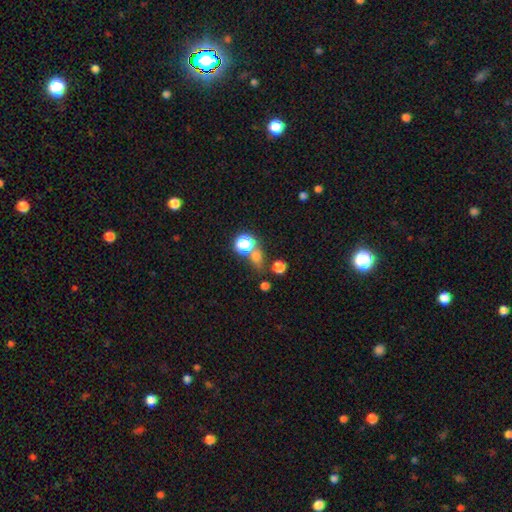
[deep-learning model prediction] Smooth or featured?
  - smooth: 58% *
  - star or artifact: 33%
  - featured or disk: 9%
How rounded?
  - round: 66% *
  - in between: 31%
  - cigar-shaped: 3%
Merging?
  - none: 61% *
  - merger: 19%
  - minor disturbance: 12%
  - major disturbance: 8%